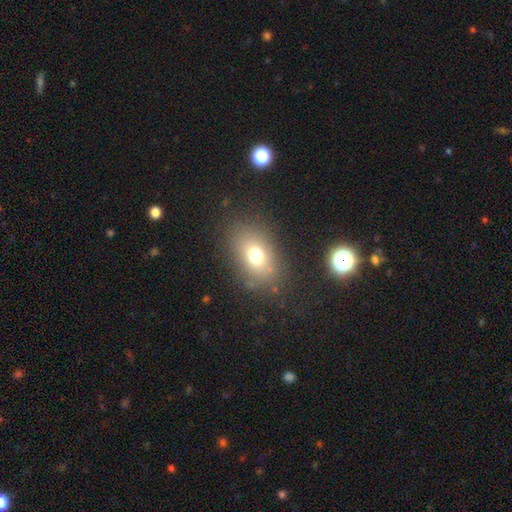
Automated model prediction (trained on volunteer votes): Smooth or featured? smooth (70%)
How rounded? in between (74%)
Merging? none (80%)